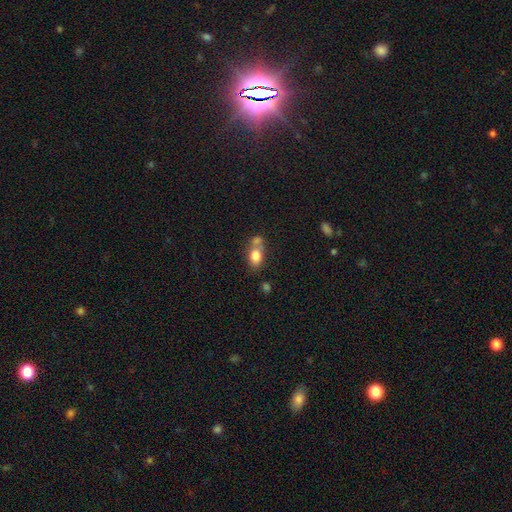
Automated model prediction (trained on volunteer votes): Morphology: type=smooth (80%); roundness=in between (73%); merging=merger (43%).